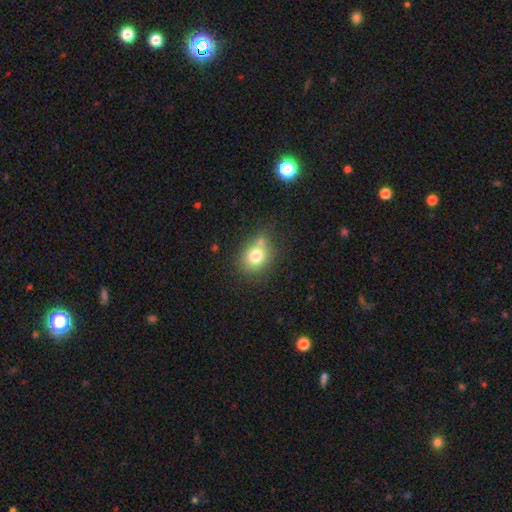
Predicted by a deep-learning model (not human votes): A smooth galaxy with no disk features (77%) that is round (63%). Merging: none (56%).